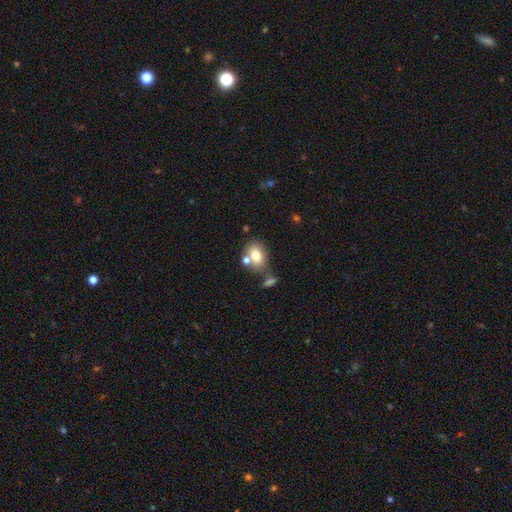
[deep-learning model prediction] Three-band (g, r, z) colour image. It shows a smooth galaxy with no disk features (74%) that is in between round and cigar-shaped (69%). Merging: none (55%).